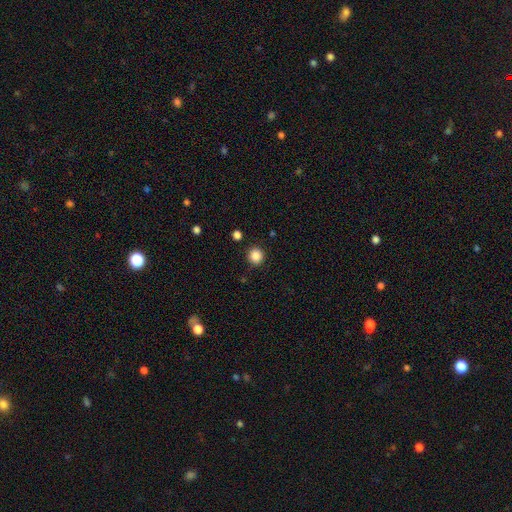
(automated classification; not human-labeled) smooth-or-featured: smooth: 86% | star or artifact: 11% | featured or disk: 3%
  how-rounded: round: 93% | in between: 6% | cigar-shaped: 1%
  merging: none: 89% | minor disturbance: 6% | major disturbance: 2% | merger: 2%